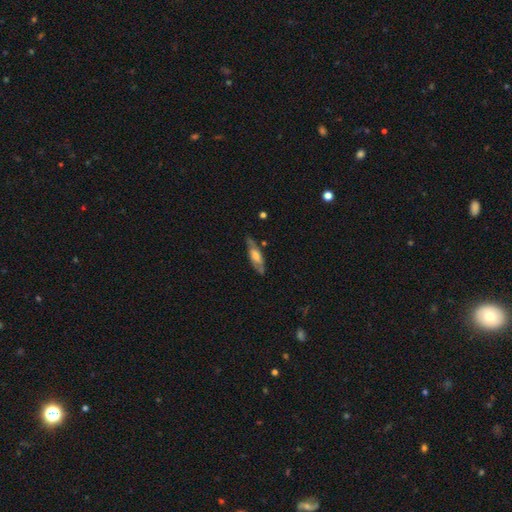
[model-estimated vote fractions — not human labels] Overall: featured or disk (60%; smooth 34%). Edge-on disk: no (65%; yes 35%). Merging: none (73%).